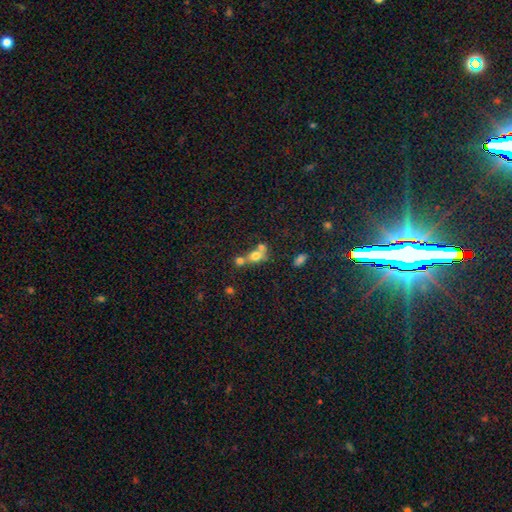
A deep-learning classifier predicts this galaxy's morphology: The model was most divided on "how rounded": round: 57%, in between: 40%, cigar-shaped: 3%. More confident: smooth or featured — smooth (67%); merging — merger (59%).